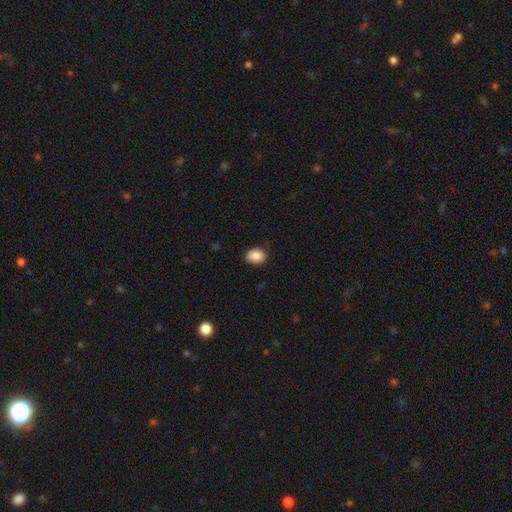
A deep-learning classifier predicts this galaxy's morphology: smooth-or-featured: smooth: 89% | star or artifact: 8% | featured or disk: 3%
  how-rounded: in between: 60% | round: 39% | cigar-shaped: 1%
  merging: none: 85% | minor disturbance: 11% | major disturbance: 2% | merger: 1%